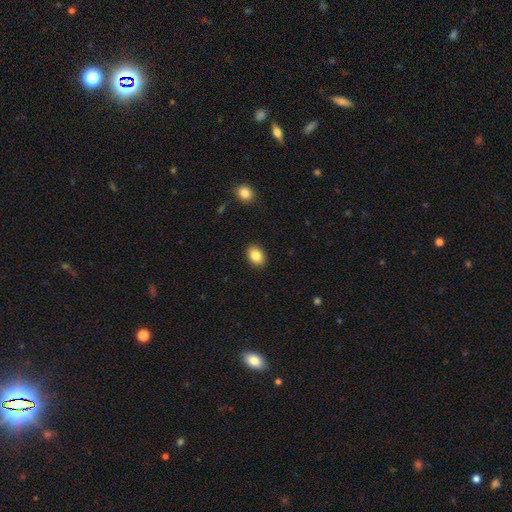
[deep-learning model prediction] smooth-or-featured: smooth: 85% | star or artifact: 8% | featured or disk: 6%
  how-rounded: in between: 73% | round: 26% | cigar-shaped: 1%
  merging: none: 90% | minor disturbance: 7% | major disturbance: 2% | merger: 1%